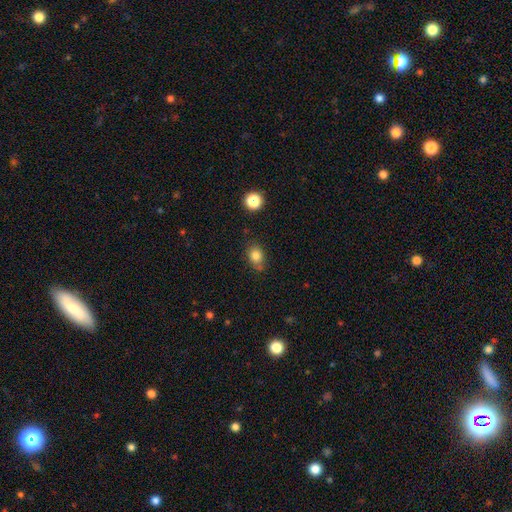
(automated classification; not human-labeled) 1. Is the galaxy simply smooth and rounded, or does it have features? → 81% smooth, 11% star or artifact, 8% featured or disk.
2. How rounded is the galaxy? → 60% in between, 39% round, 1% cigar-shaped.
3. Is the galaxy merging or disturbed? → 71% none, 21% minor disturbance, 5% major disturbance, 4% merger.